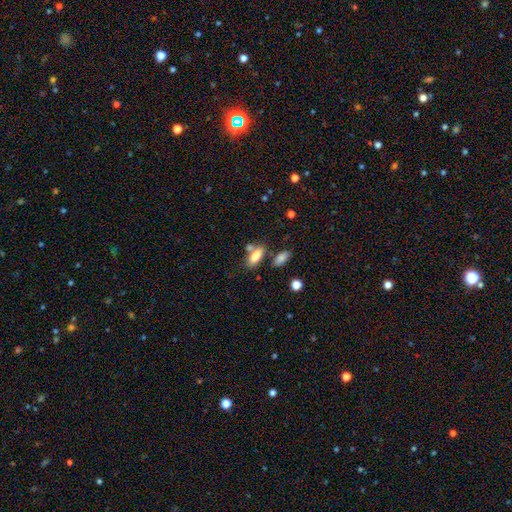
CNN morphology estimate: This appears to be a smooth galaxy with no disk features (80%) that is in between round and cigar-shaped (84%). Merging: none (56%).